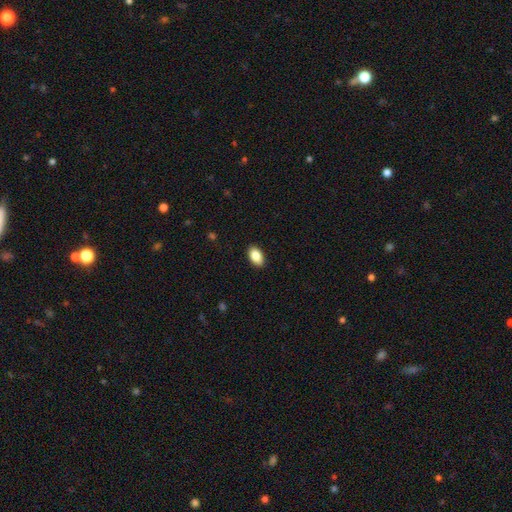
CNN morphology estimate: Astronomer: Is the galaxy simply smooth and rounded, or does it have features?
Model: smooth — 87%.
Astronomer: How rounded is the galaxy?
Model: in between — 92%.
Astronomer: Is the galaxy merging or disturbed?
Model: none — 89%.